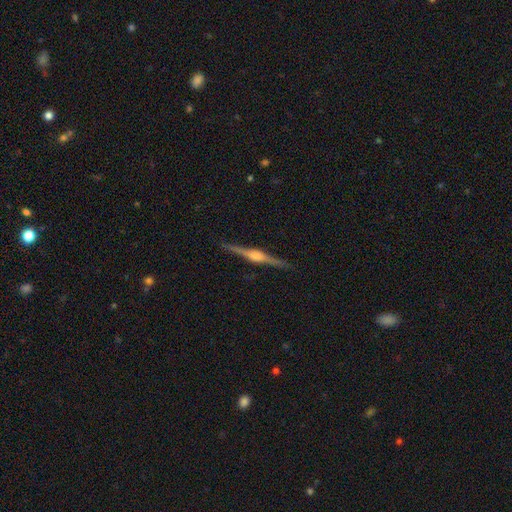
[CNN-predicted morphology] This is clearly a featured or disk galaxy (85%). It is clearly viewed edge-on (98%). Edge-on bulge: clearly rounded (82%). Merging: clearly none (91%).